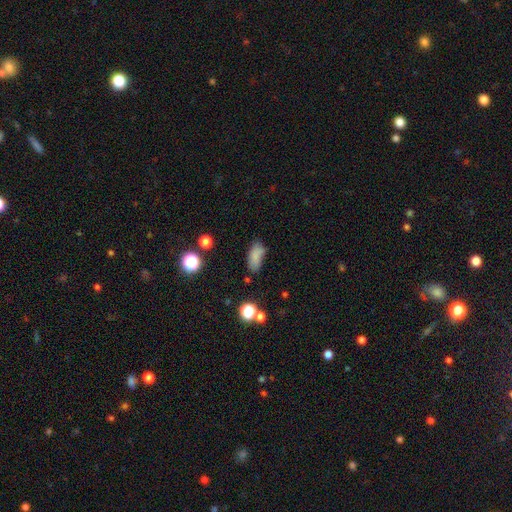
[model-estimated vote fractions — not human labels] A smooth galaxy with no disk features (80%) that is in between round and cigar-shaped (85%).

Vote fractions:
- Smooth or featured? smooth: 80% / star or artifact: 12% / featured or disk: 8%
- How rounded? in between: 85% / cigar-shaped: 10% / round: 5%
- Merging? none: 62% / minor disturbance: 24% / major disturbance: 8% / merger: 6%